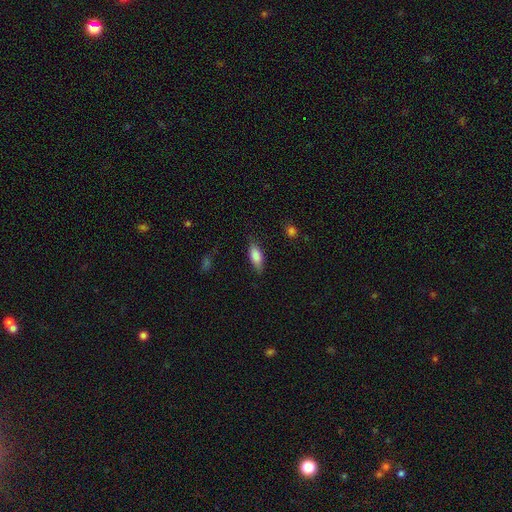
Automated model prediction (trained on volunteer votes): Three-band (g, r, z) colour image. It shows a smooth galaxy with no disk features (82%) that is in between round and cigar-shaped (77%). Merging: none (75%).